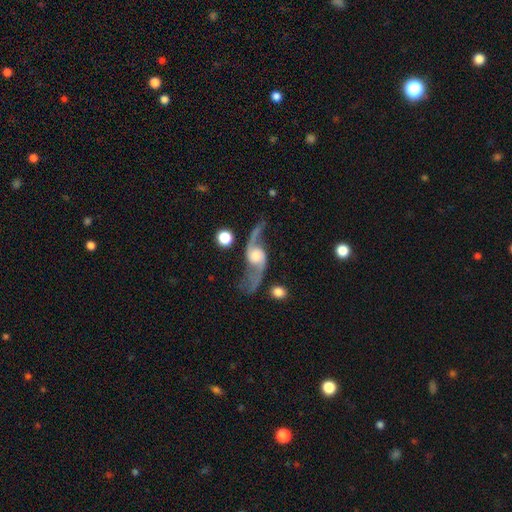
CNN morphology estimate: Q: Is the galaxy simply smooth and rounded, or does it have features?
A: featured or disk — 89%.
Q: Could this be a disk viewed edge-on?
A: no — 93%.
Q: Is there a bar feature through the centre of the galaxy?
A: no — 61%.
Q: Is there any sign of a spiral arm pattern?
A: yes — 97%.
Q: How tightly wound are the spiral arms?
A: loose — 86%.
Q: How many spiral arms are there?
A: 2 — 94%.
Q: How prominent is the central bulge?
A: moderate — 41%.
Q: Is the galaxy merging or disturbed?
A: none — 66%.